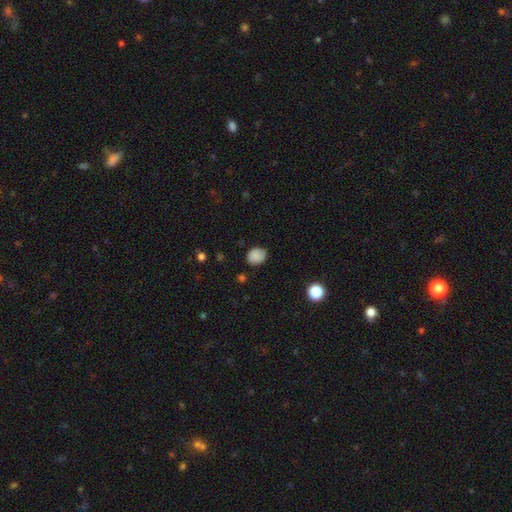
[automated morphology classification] Smooth or featured?
  - smooth: 85% *
  - star or artifact: 9%
  - featured or disk: 6%
How rounded?
  - in between: 50% *
  - round: 49%
  - cigar-shaped: 1%
Merging?
  - none: 75% *
  - minor disturbance: 20%
  - major disturbance: 4%
  - merger: 2%